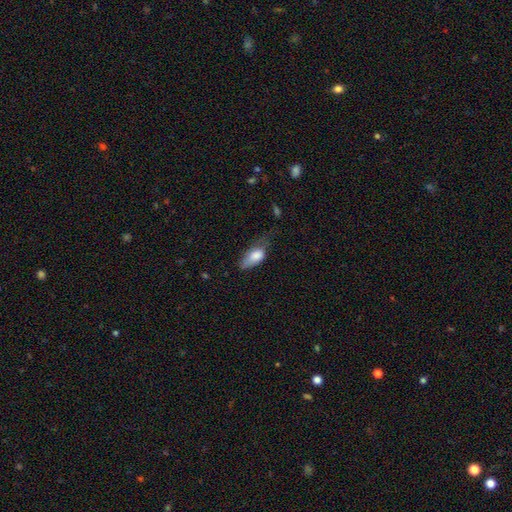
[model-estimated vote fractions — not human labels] A smooth galaxy with no disk features (78%) that is in between round and cigar-shaped (87%).

Vote fractions:
- Smooth or featured? smooth: 78% / featured or disk: 15% / star or artifact: 7%
- How rounded? in between: 87% / cigar-shaped: 9% / round: 4%
- Merging? minor disturbance: 40% / major disturbance: 30% / none: 27% / merger: 3%